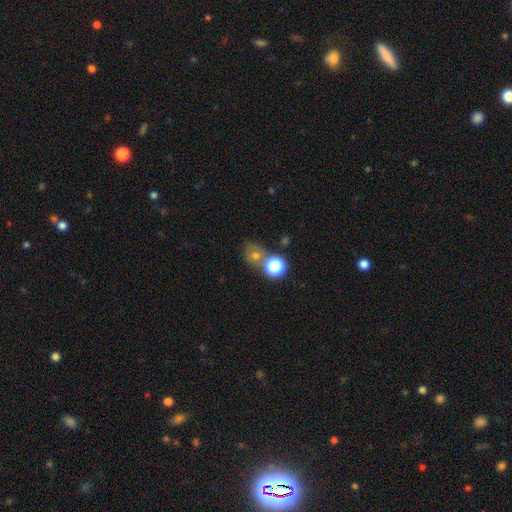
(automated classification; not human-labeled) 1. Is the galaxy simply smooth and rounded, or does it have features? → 59% smooth, 27% star or artifact, 14% featured or disk.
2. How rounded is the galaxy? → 74% round, 25% in between, 1% cigar-shaped.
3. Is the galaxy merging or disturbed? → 54% none, 27% merger, 12% minor disturbance, 7% major disturbance.